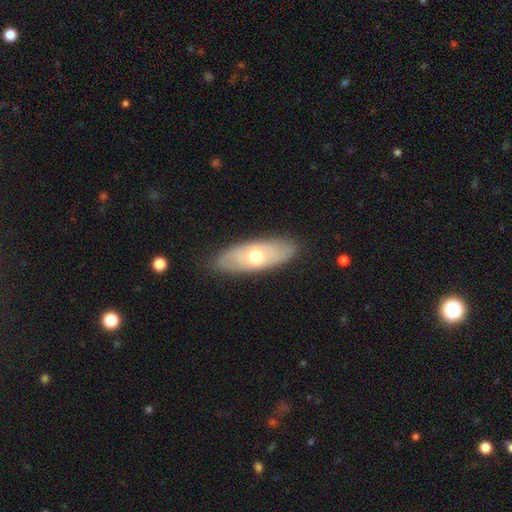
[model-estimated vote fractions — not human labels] This is possibly a smooth galaxy (51%). How rounded: likely in between (77%). Merging: clearly none (85%).